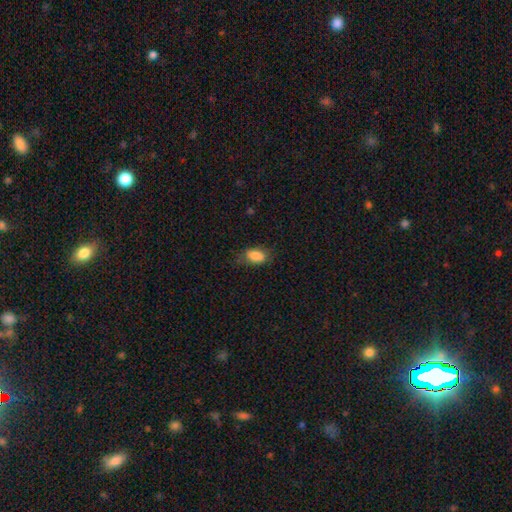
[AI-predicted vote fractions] Smooth or featured? Predicted: smooth (p=0.85). How rounded? Predicted: in between (p=0.89). Merging? Predicted: none (p=0.67).